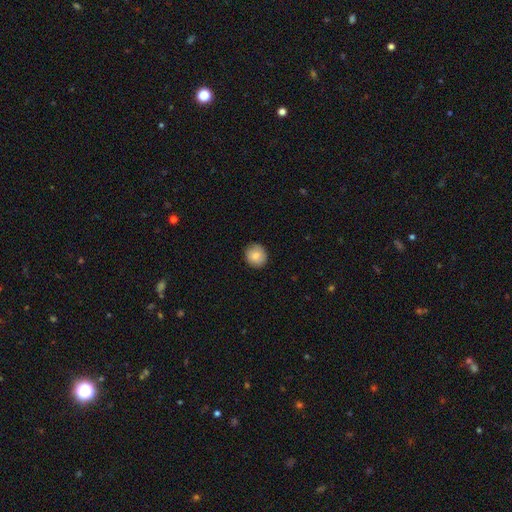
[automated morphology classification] Smooth or featured?
  - smooth: 84% *
  - featured or disk: 8%
  - star or artifact: 7%
How rounded?
  - round: 85% *
  - in between: 14%
  - cigar-shaped: 1%
Merging?
  - none: 87% *
  - minor disturbance: 10%
  - major disturbance: 2%
  - merger: 1%